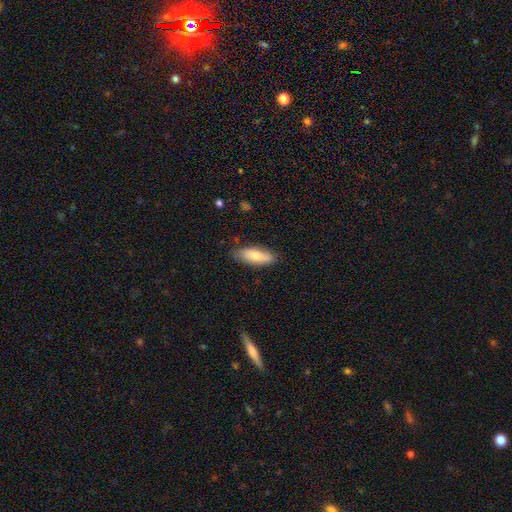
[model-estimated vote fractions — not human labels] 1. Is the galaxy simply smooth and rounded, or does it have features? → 69% smooth, 25% featured or disk, 6% star or artifact.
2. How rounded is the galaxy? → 71% in between, 26% cigar-shaped, 2% round.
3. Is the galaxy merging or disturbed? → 80% none, 16% minor disturbance, 3% major disturbance, 1% merger.